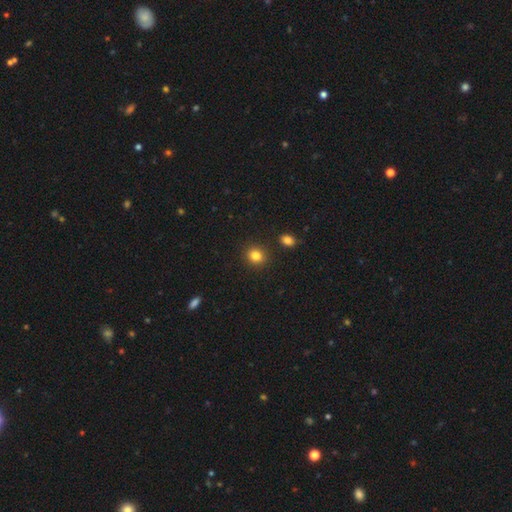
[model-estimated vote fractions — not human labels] smooth-or-featured: smooth: 84% | star or artifact: 11% | featured or disk: 5%
  how-rounded: round: 73% | in between: 26% | cigar-shaped: 1%
  merging: none: 88% | minor disturbance: 7% | merger: 3% | major disturbance: 2%